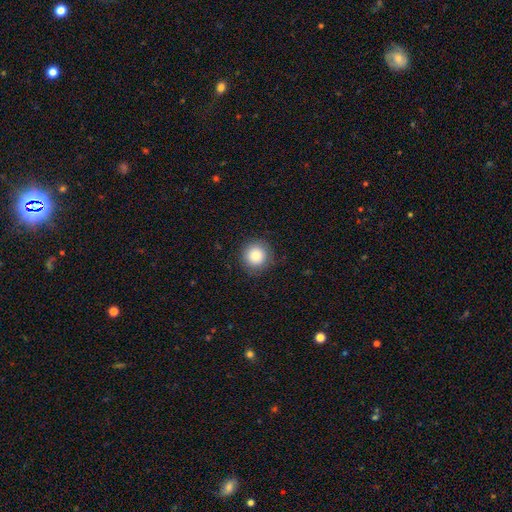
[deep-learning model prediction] This is clearly a smooth galaxy (85%). How rounded: clearly round (95%). Merging: clearly none (89%).